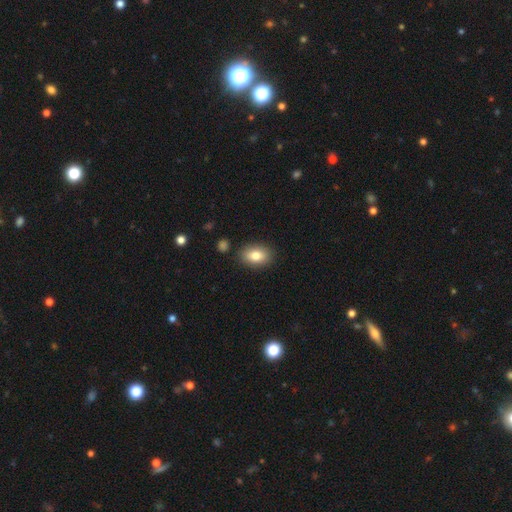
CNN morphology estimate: type=smooth (81%); roundness=in between (83%); merging=none (86%).